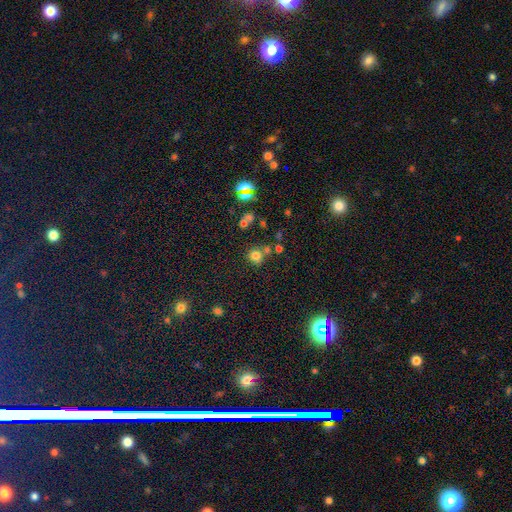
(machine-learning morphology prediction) Overall: smooth (74%). How rounded: round (87%). Merging: none (69%).